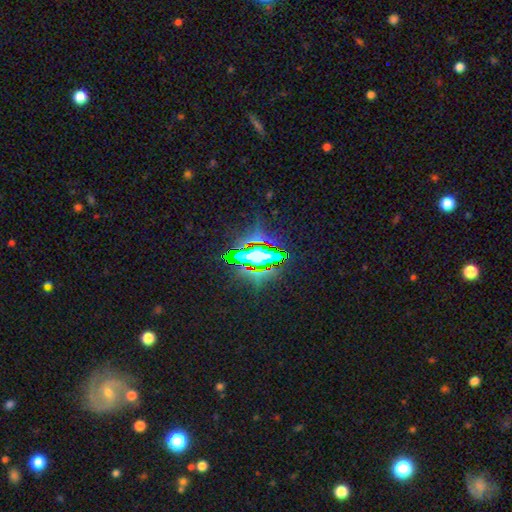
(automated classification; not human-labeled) Smooth or featured?
  - star or artifact: 72% *
  - smooth: 15%
  - featured or disk: 13%